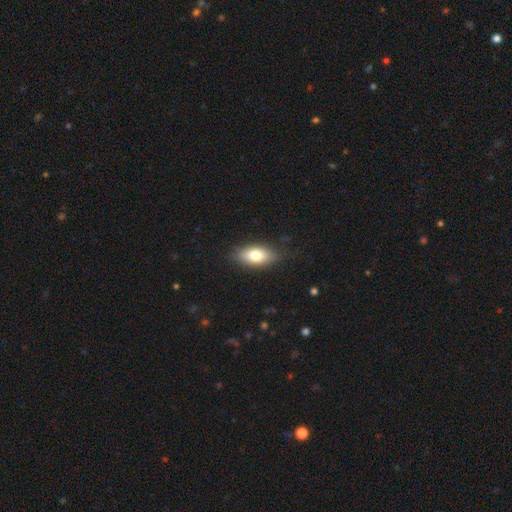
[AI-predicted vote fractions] The model was most divided on "smooth or featured": smooth: 75%, featured or disk: 18%, star or artifact: 7%. More confident: how rounded — in between (86%); merging — none (80%).